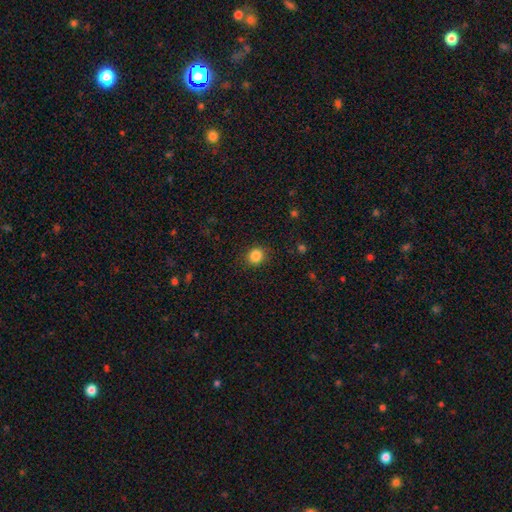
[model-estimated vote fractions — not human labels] Smooth or featured? smooth (85%)
How rounded? round (84%)
Merging? none (88%)